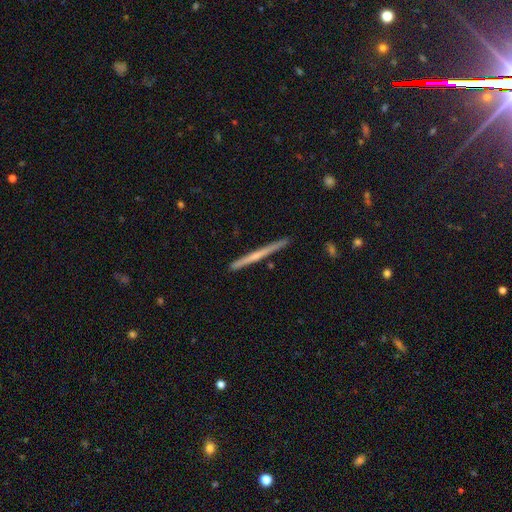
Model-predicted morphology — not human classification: Q: Smooth or featured?
A: featured or disk (57%); runner-up: smooth (38%)
Q: Edge-on disk?
A: yes (98%); runner-up: no (2%)
Q: Edge-on bulge?
A: none (67%); runner-up: rounded (27%)
Q: Merging?
A: none (90%); runner-up: minor disturbance (7%)